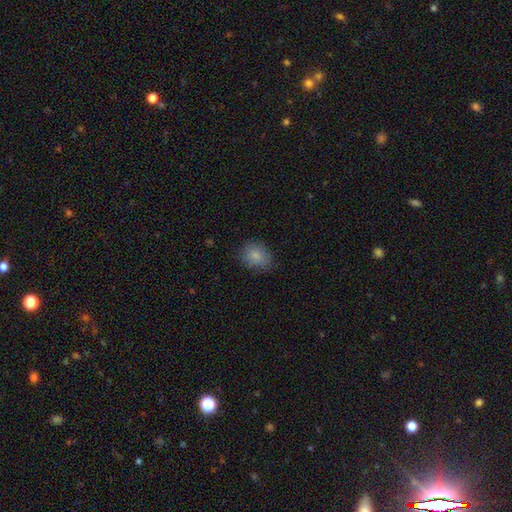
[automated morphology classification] smooth_or_featured: smooth (p=0.84) [alt: star or artifact p=0.09]
how_rounded: round (p=0.58) [alt: in between p=0.41]
merging: none (p=0.78) [alt: minor disturbance p=0.17]